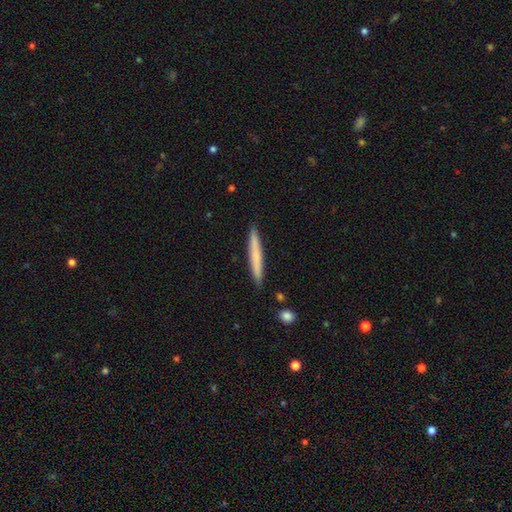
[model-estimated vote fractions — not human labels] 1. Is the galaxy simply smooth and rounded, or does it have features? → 68% smooth, 26% featured or disk, 6% star or artifact.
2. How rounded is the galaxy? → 97% cigar-shaped, 2% in between, 1% round.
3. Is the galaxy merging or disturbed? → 90% none, 7% minor disturbance, 1% merger, 1% major disturbance.